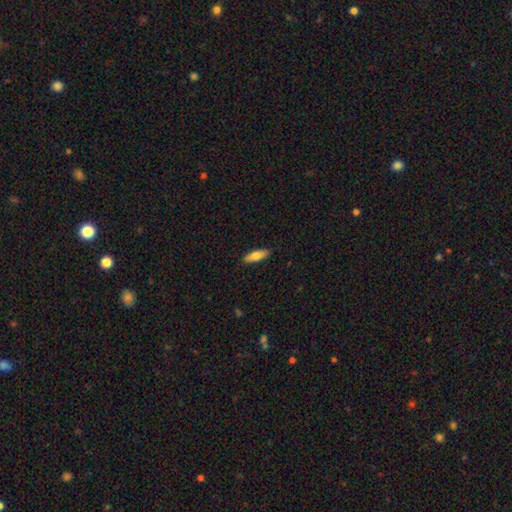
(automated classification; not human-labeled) Q: Smooth or featured?
A: smooth (77%); runner-up: featured or disk (17%)
Q: How rounded?
A: in between (51%); runner-up: cigar-shaped (48%)
Q: Merging?
A: none (88%); runner-up: minor disturbance (9%)